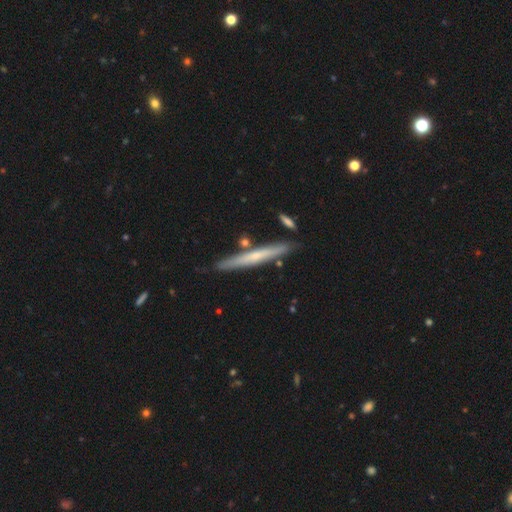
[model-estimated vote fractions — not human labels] Smooth or featured? Predicted: featured or disk (p=0.51). Edge-on disk? Predicted: yes (p=0.95). Merging? Predicted: none (p=0.84).